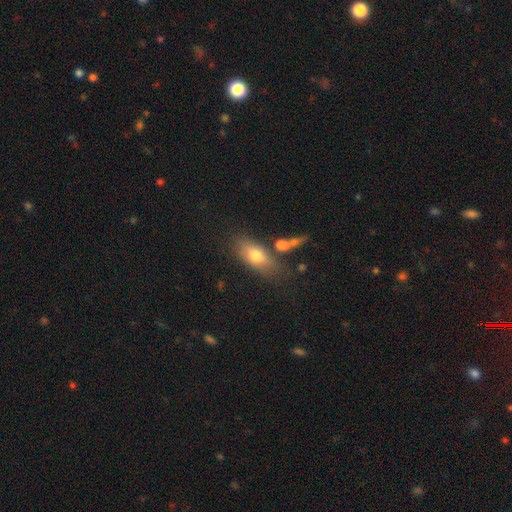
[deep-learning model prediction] smooth 71%, featured or disk 21%, star or artifact 8%. Down the decision tree: how rounded — in between (82%); merging — none (67%).